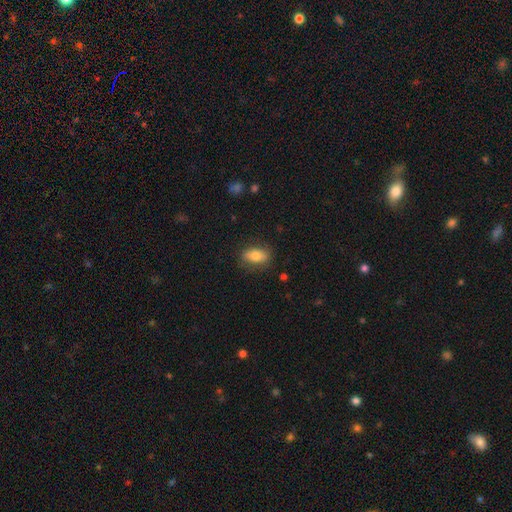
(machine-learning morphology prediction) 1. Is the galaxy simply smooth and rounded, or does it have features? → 73% smooth, 20% featured or disk, 7% star or artifact.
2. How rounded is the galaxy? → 85% in between, 9% round, 7% cigar-shaped.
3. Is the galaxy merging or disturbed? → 79% none, 15% minor disturbance, 5% major disturbance, 1% merger.